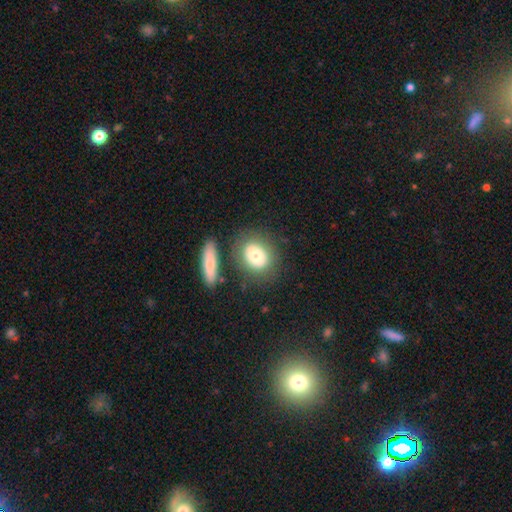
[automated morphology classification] This appears to be a smooth galaxy with no disk features (68%) that is round (54%). Merging: none (72%).